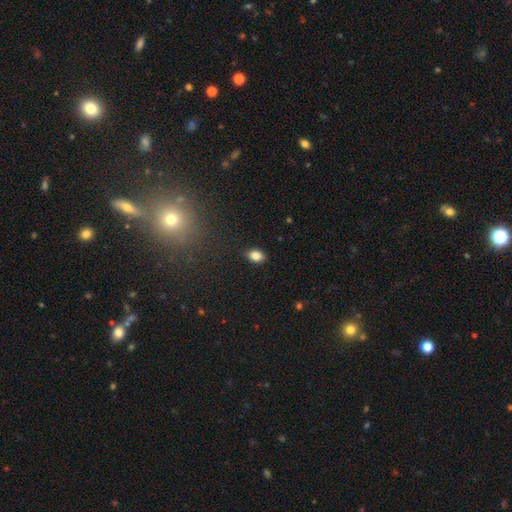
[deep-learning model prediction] Overall: smooth (84%). How rounded: in between (80%). Merging: none (88%).